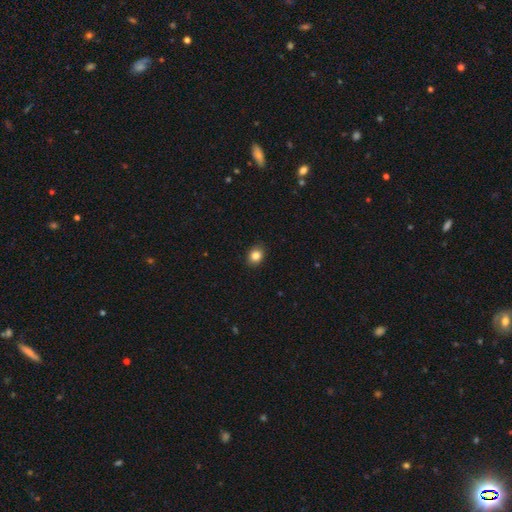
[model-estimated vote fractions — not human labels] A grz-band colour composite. It shows a smooth galaxy with no disk features (85%) that is round (55%). Merging: none (89%).